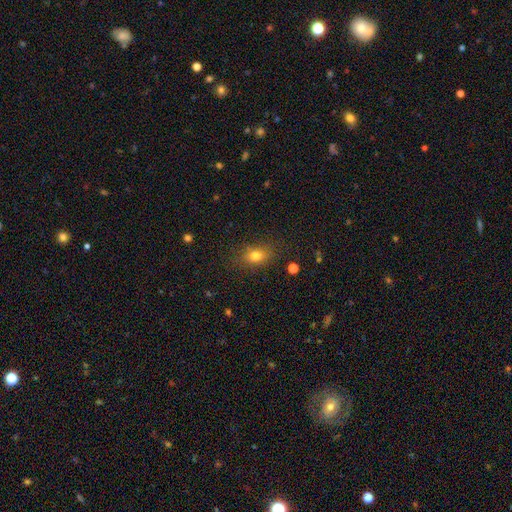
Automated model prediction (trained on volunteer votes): Smooth or featured: smooth — 78% (star or artifact — 13%)
How rounded: in between — 68% (round — 29%)
Merging: none — 81% (minor disturbance — 13%)